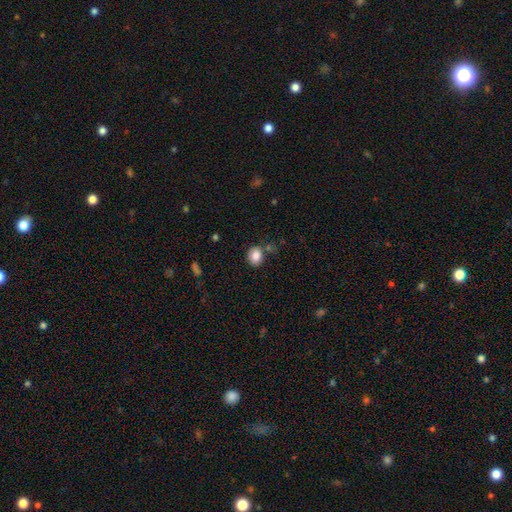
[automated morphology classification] Overall: smooth (84%). How rounded: round (57%; in between 42%). Merging: none (77%).